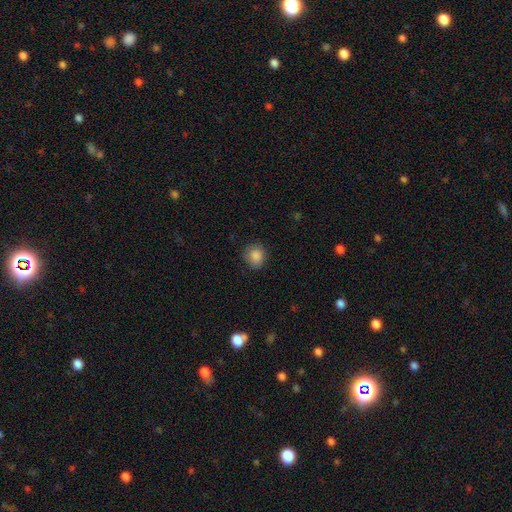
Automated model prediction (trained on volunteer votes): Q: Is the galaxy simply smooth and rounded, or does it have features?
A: smooth — 87%.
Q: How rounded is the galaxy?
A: round — 77%.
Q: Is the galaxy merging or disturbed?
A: none — 80%.